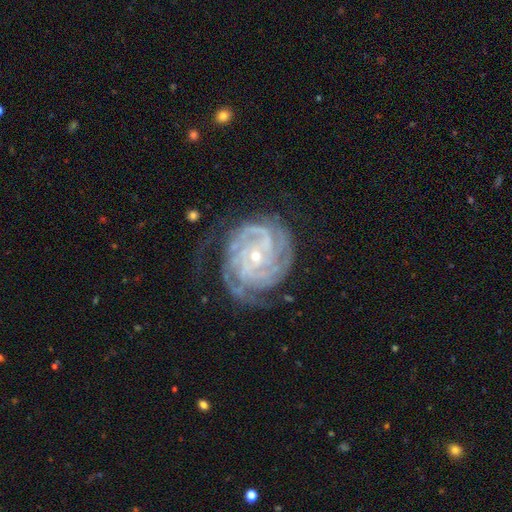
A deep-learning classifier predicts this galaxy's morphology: A featured or disk galaxy (91%) with no bar (64%), 4 (26%) tight (78%) spiral arms (98%) and a small central bulge (72%).

Vote fractions:
- Smooth or featured? featured or disk: 91% / star or artifact: 5% / smooth: 4%
- Edge-on disk? no: 97% / yes: 3%
- Bar? no: 64% / weak: 26% / strong: 10%
- Spiral arms? yes: 98% / no: 2%
- Spiral winding? tight: 78% / medium: 19% / loose: 3%
- Spiral arm count? 4: 26% / 3: 22% / can't tell: 19% / 2: 14% / more than 4: 11% / 1: 7%
- Bulge size? small: 72% / moderate: 25% / large: 1% / none: 1% / dominant: 1%
- Merging? none: 65% / minor disturbance: 21% / major disturbance: 12% / merger: 2%